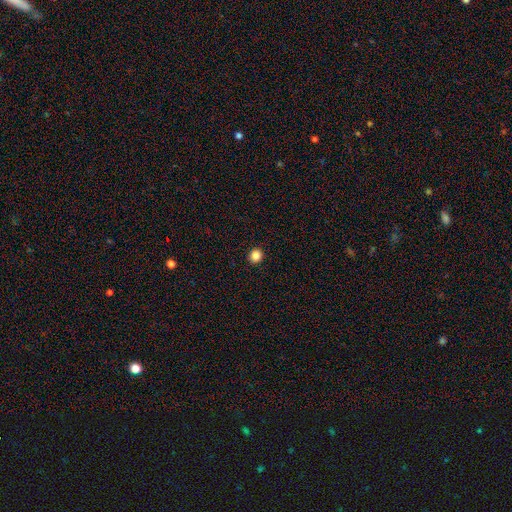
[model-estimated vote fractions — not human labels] Morphology: type=smooth (86%); roundness=round (89%); merging=none (93%).